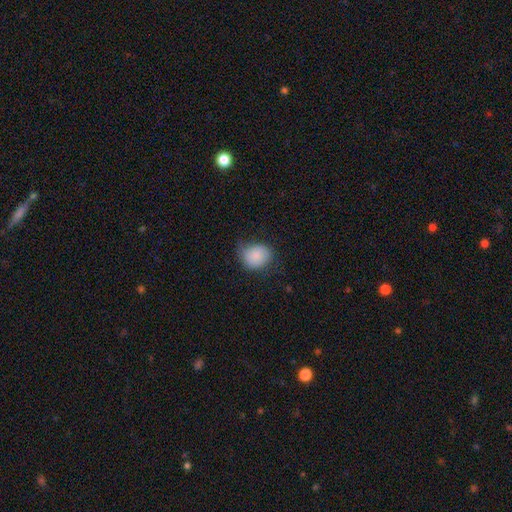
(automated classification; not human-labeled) Morphology: type=smooth (83%); roundness=round (62%); merging=none (56%).